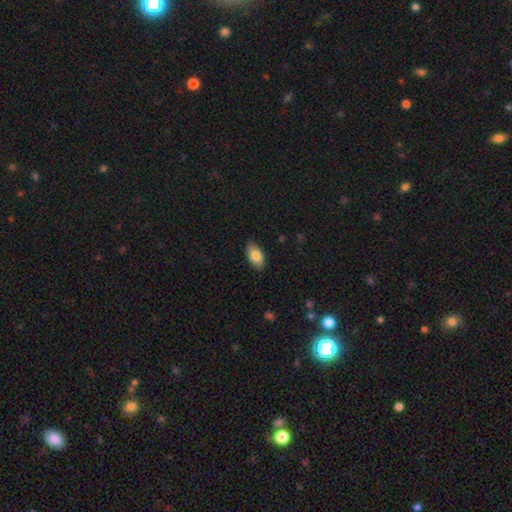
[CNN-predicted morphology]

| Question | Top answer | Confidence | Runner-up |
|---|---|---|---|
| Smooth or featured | smooth | 83% | featured or disk (11%) |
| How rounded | in between | 94% | round (4%) |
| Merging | none | 86% | minor disturbance (11%) |